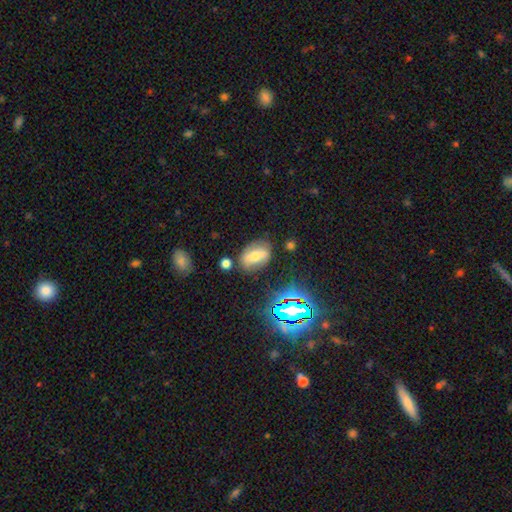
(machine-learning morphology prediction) Overall: smooth (51%; featured or disk 33%). How rounded: in between (81%). Merging: none (74%).